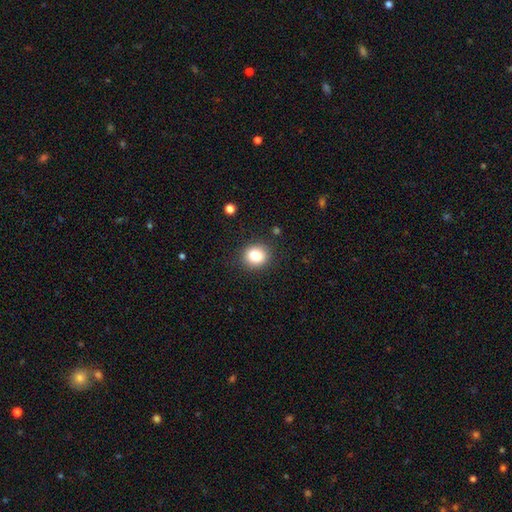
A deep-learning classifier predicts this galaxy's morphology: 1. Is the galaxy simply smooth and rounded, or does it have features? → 81% smooth, 11% star or artifact, 8% featured or disk.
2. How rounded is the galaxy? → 79% round, 20% in between, 1% cigar-shaped.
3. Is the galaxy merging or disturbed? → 89% none, 7% minor disturbance, 3% major disturbance, 1% merger.